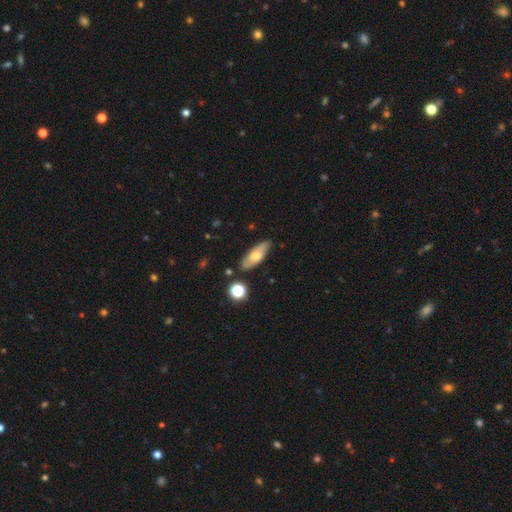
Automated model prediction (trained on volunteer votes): Overall: smooth (62%; featured or disk 31%). How rounded: in between (72%). Merging: none (80%).